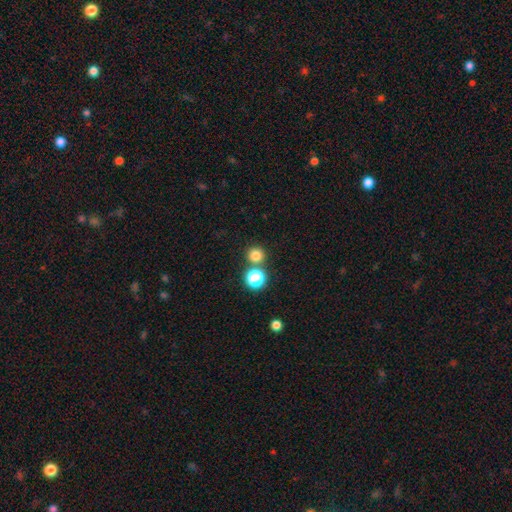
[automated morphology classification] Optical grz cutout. It shows a smooth galaxy with no disk features (78%) that is round (94%). Merging: none (77%).